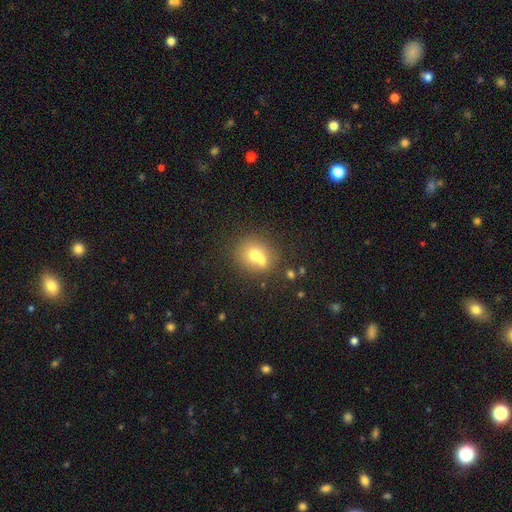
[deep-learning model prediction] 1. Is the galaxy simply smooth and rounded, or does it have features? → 66% smooth, 20% featured or disk, 14% star or artifact.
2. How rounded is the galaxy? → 77% round, 22% in between, 1% cigar-shaped.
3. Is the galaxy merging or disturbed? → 44% merger, 43% none, 9% minor disturbance, 4% major disturbance.